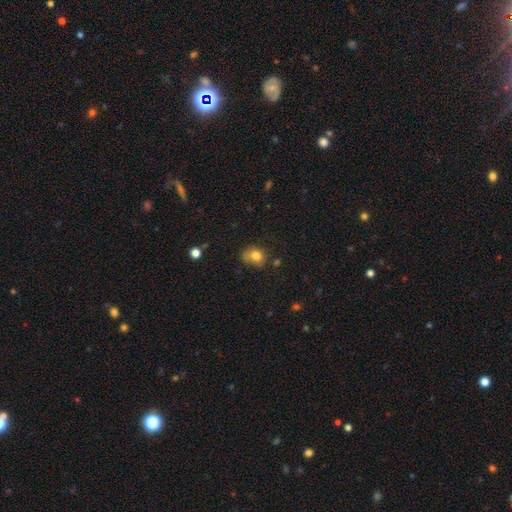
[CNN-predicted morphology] A smooth galaxy with no disk features (78%) that is round (55%). Merging: none (48%).